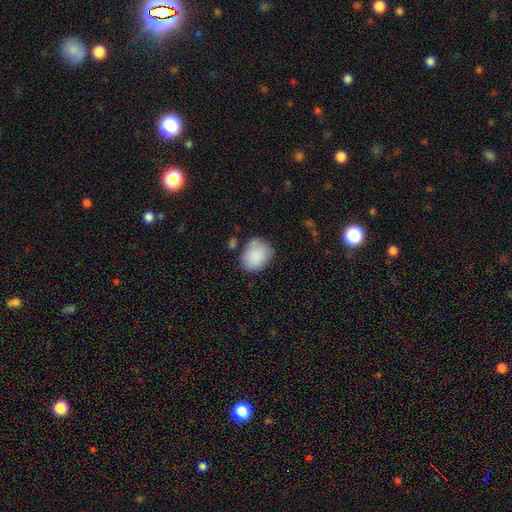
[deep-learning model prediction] Smooth or featured: smooth — 88% (star or artifact — 7%)
How rounded: in between — 57% (round — 42%)
Merging: none — 66% (minor disturbance — 22%)